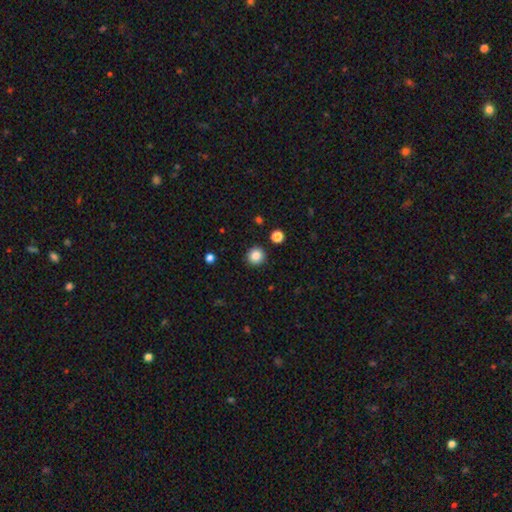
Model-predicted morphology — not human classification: Smooth or featured? Predicted: smooth (p=0.85). How rounded? Predicted: round (p=0.94). Merging? Predicted: none (p=0.92).